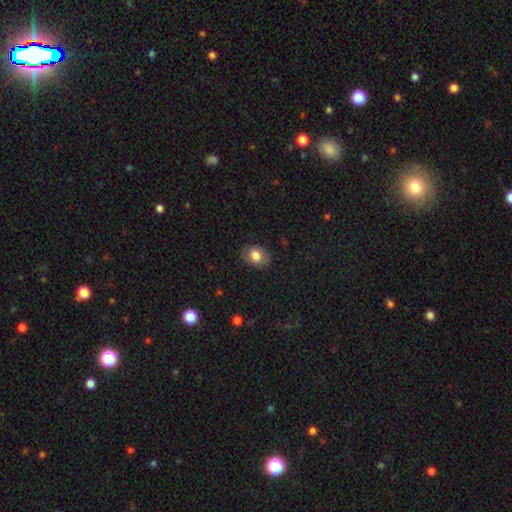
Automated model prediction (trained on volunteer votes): Smooth or featured? smooth (78%)
How rounded? in between (55%)
Merging? none (81%)